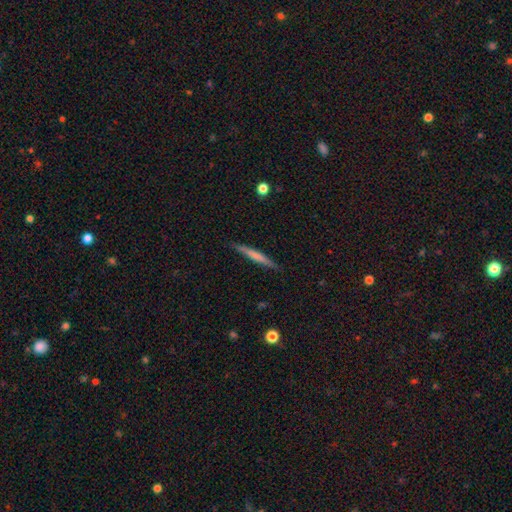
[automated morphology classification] smooth_or_featured: smooth (p=0.55) [alt: featured or disk p=0.40]
how_rounded: cigar-shaped (p=0.95) [alt: in between p=0.03]
merging: none (p=0.87) [alt: minor disturbance p=0.10]